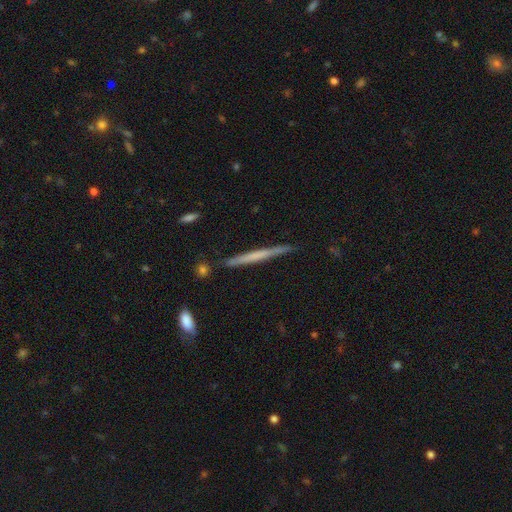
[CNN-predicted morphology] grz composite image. It shows a featured or disk galaxy (53%) viewed edge-on (97%) with no central bulge (81%). Merging: none (87%).